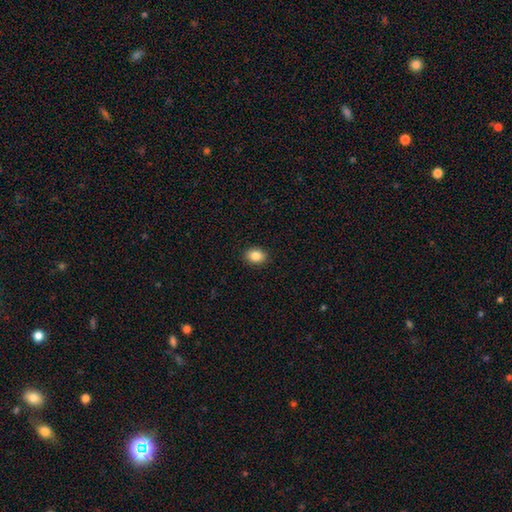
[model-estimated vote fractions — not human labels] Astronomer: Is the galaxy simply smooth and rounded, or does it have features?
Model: smooth — 86%.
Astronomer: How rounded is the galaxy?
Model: in between — 66%.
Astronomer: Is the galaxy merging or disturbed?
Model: none — 91%.